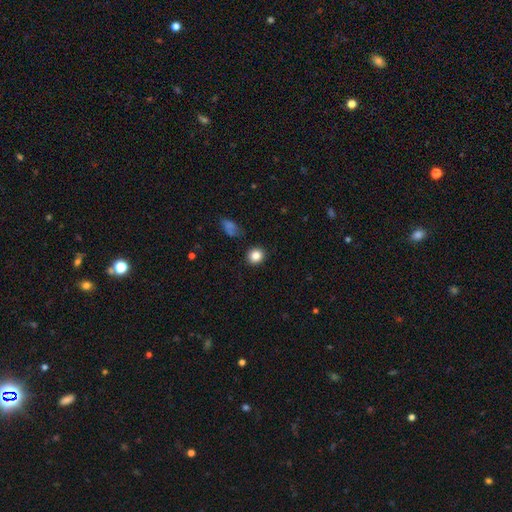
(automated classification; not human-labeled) Q: Smooth or featured?
A: smooth (85%); runner-up: star or artifact (10%)
Q: How rounded?
A: round (84%); runner-up: in between (15%)
Q: Merging?
A: none (89%); runner-up: minor disturbance (7%)